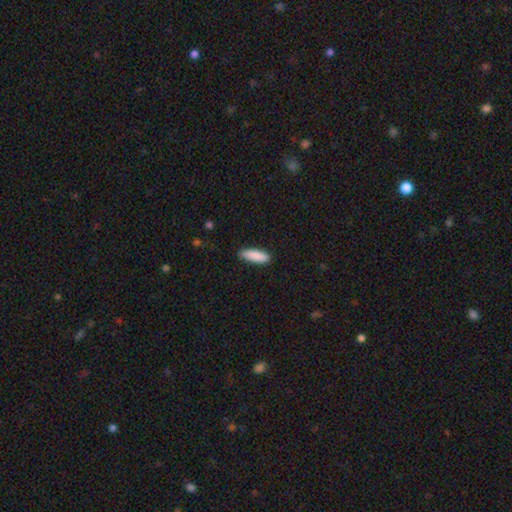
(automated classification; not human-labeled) smooth 89%, star or artifact 6%, featured or disk 6%. Down the decision tree: how rounded — cigar-shaped (52%); merging — none (85%).